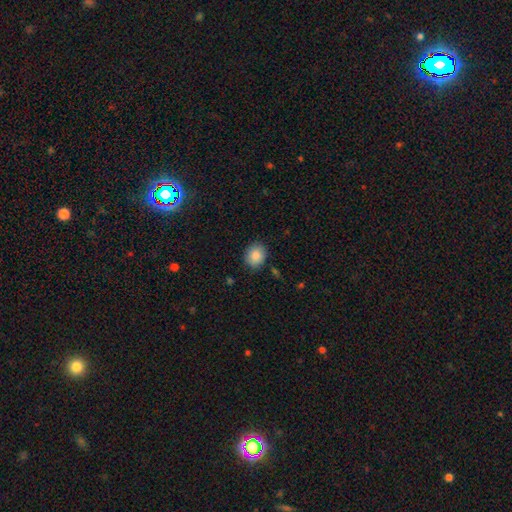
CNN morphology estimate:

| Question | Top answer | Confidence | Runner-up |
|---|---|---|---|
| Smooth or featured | smooth | 87% | star or artifact (8%) |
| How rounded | round | 65% | in between (35%) |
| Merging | none | 85% | minor disturbance (11%) |